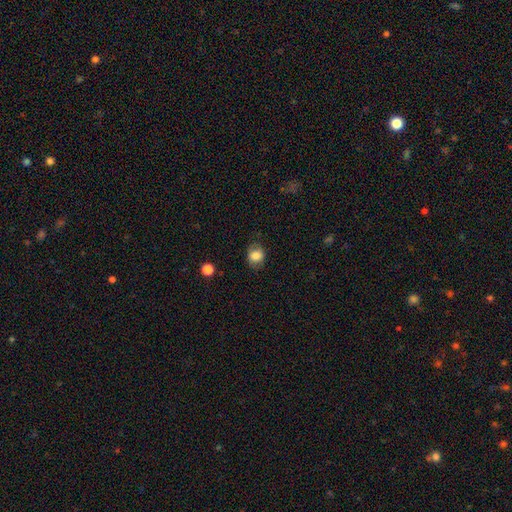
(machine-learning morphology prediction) smooth 80%, featured or disk 11%, star or artifact 9%. Down the decision tree: how rounded — round (55%); merging — none (74%).